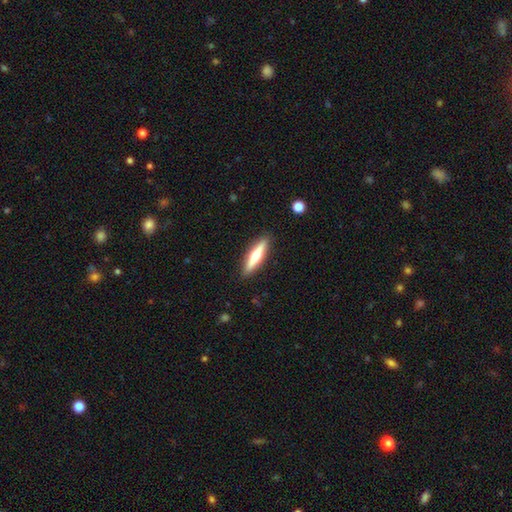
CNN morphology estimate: type=smooth (49%); merging=none (90%).